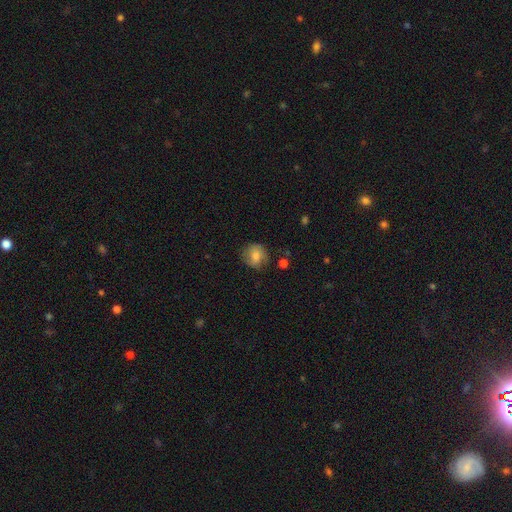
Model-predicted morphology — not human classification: Smooth or featured?
  - smooth: 73% *
  - featured or disk: 19%
  - star or artifact: 9%
How rounded?
  - round: 81% *
  - in between: 18%
  - cigar-shaped: 1%
Merging?
  - none: 70% *
  - minor disturbance: 21%
  - major disturbance: 7%
  - merger: 2%